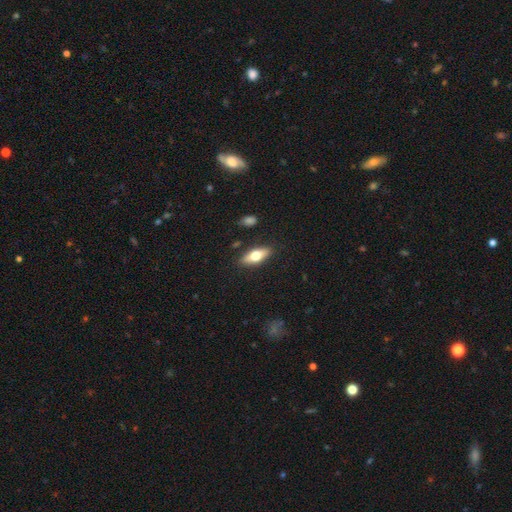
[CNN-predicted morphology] Smooth or featured? Predicted: smooth (p=0.61). How rounded? Predicted: in between (p=0.70). Merging? Predicted: none (p=0.86).